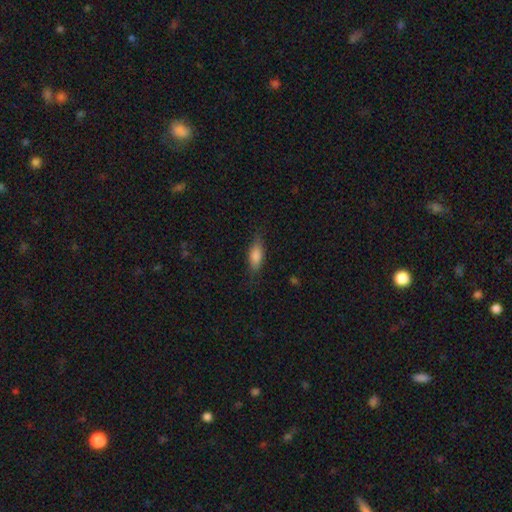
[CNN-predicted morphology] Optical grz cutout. It shows a smooth galaxy with no disk features (79%) that is in between round and cigar-shaped (66%). Merging: none (79%).